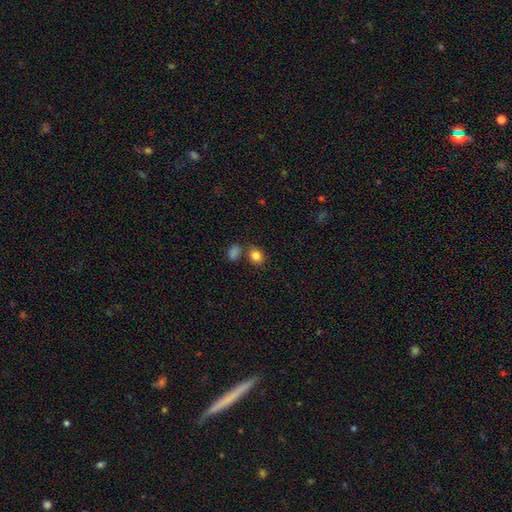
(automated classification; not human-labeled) This appears to be a smooth galaxy with no disk features (84%) that is in between round and cigar-shaped (50%). Merging: none (67%).